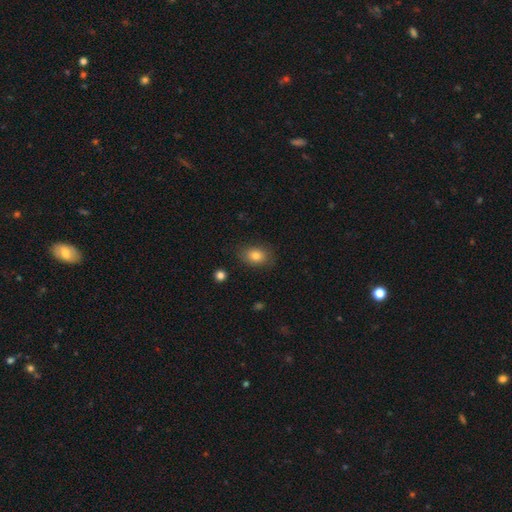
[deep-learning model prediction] smooth-or-featured: smooth: 81% | star or artifact: 10% | featured or disk: 9%
  how-rounded: in between: 75% | round: 24% | cigar-shaped: 1%
  merging: none: 82% | minor disturbance: 13% | major disturbance: 3% | merger: 1%